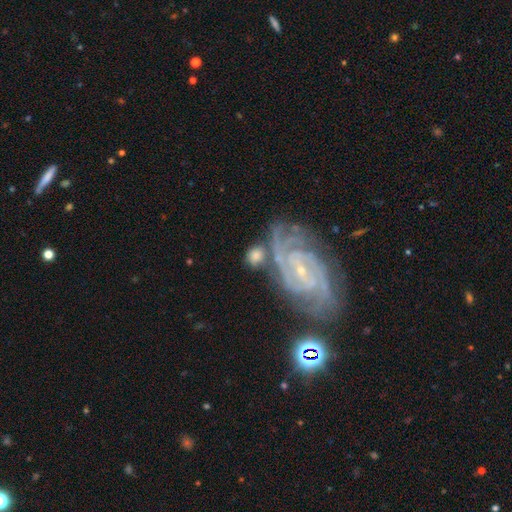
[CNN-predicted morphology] Smooth or featured?
  - featured or disk: 52% *
  - smooth: 40%
  - star or artifact: 9%
Edge-on disk?
  - no: 95% *
  - yes: 5%
Merging?
  - none: 54% *
  - merger: 20%
  - minor disturbance: 17%
  - major disturbance: 9%